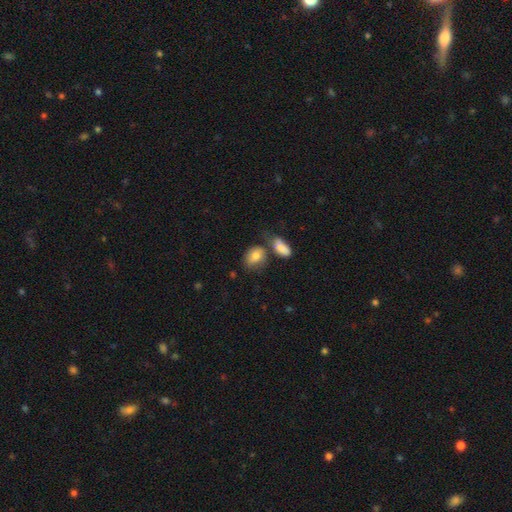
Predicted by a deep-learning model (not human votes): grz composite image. It shows a smooth galaxy with no disk features (80%) that is in between round and cigar-shaped (71%). Merging: none (45%).